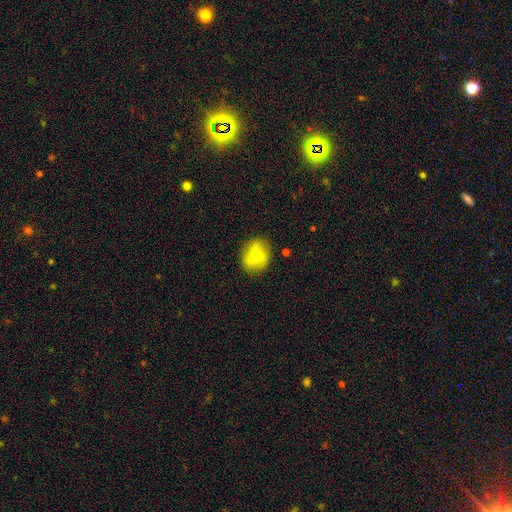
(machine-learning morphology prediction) Smooth or featured? Predicted: smooth (p=0.66). How rounded? Predicted: round (p=0.63). Merging? Predicted: none (p=0.76).